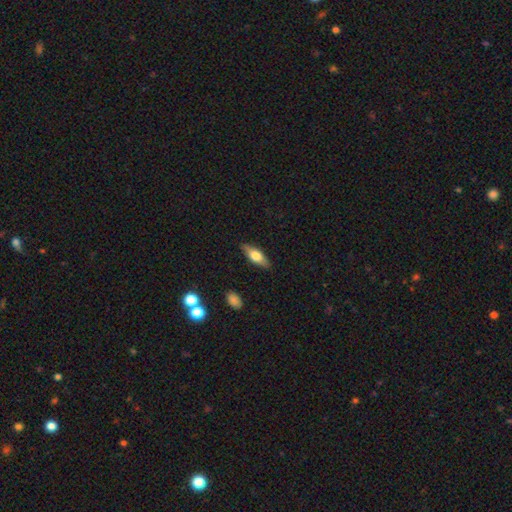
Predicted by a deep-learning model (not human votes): Morphology: type=smooth (61%); roundness=in between (64%); merging=none (87%).